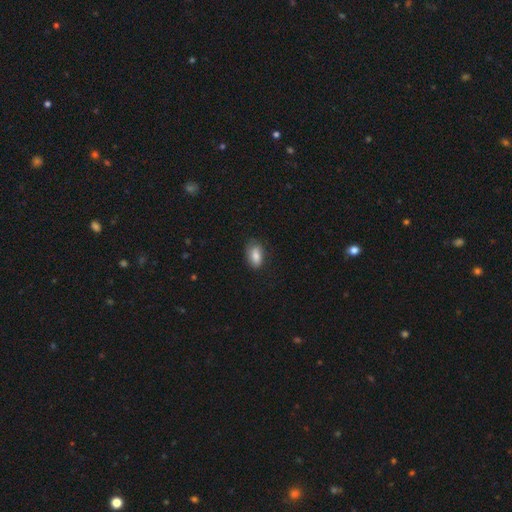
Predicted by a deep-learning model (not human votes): smooth_or_featured: smooth (p=0.84) [alt: featured or disk p=0.09]
how_rounded: in between (p=0.89) [alt: round p=0.07]
merging: none (p=0.73) [alt: minor disturbance p=0.21]